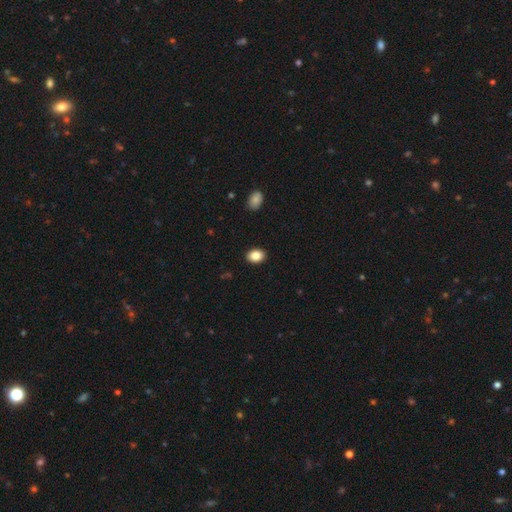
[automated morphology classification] type=smooth (86%); roundness=in between (69%); merging=none (91%).